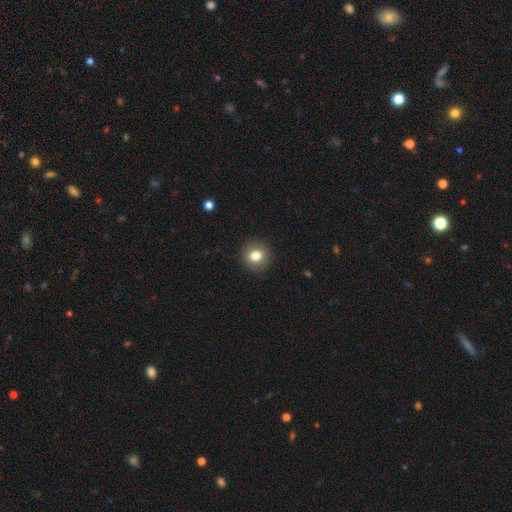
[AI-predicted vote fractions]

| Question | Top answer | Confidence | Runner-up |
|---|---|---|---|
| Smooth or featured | smooth | 81% | star or artifact (10%) |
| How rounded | round | 89% | in between (11%) |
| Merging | none | 91% | minor disturbance (6%) |